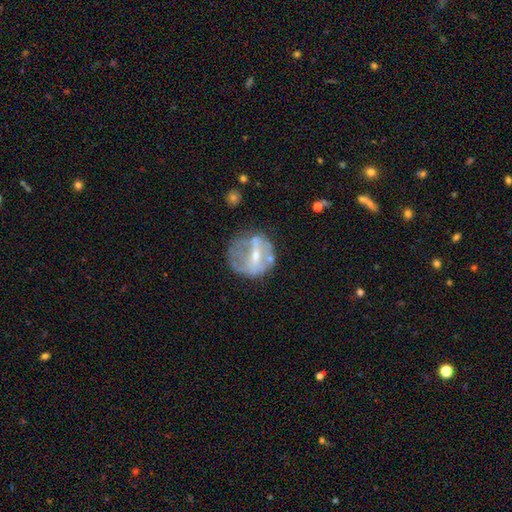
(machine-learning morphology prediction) Smooth or featured?
  - featured or disk: 64% *
  - smooth: 26%
  - star or artifact: 10%
Edge-on disk?
  - no: 94% *
  - yes: 6%
Bar?
  - strong: 41% *
  - weak: 35%
  - no: 24%
Spiral arms?
  - no: 68% *
  - yes: 32%
Bulge size?
  - small: 56% *
  - moderate: 34%
  - none: 6%
  - large: 2%
  - dominant: 1%
Merging?
  - none: 58% *
  - minor disturbance: 21%
  - major disturbance: 15%
  - merger: 5%